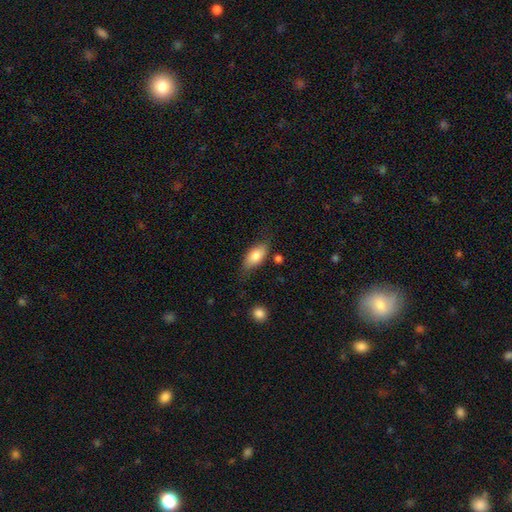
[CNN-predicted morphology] Smooth or featured?
  - smooth: 77% *
  - featured or disk: 16%
  - star or artifact: 7%
How rounded?
  - in between: 88% *
  - cigar-shaped: 9%
  - round: 4%
Merging?
  - none: 67% *
  - minor disturbance: 23%
  - major disturbance: 6%
  - merger: 3%